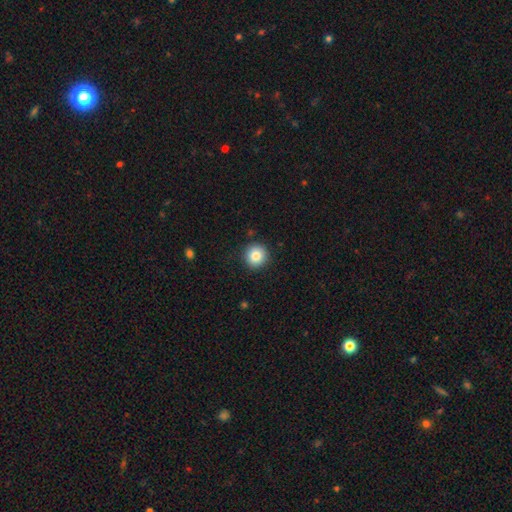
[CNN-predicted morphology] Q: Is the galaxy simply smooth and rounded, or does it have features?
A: smooth — 84%.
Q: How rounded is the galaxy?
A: round — 94%.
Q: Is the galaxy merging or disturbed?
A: none — 91%.